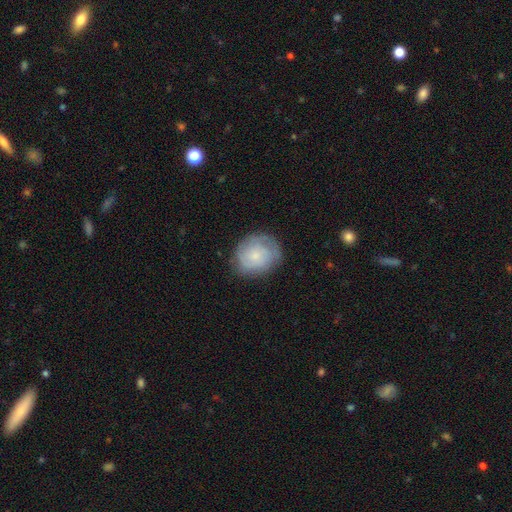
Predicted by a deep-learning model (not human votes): This is possibly a smooth galaxy (50%). How rounded: likely round (74%). Merging: likely none (73%).